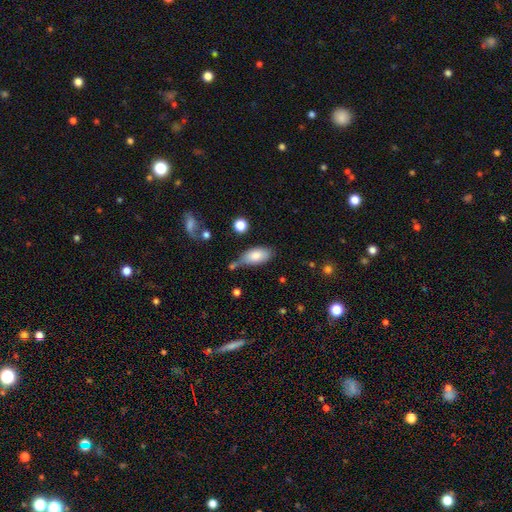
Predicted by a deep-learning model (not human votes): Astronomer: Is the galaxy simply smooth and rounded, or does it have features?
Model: smooth — 81%.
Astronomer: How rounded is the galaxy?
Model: in between — 89%.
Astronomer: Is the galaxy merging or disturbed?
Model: none — 48% (runner-up: minor disturbance, 29%).